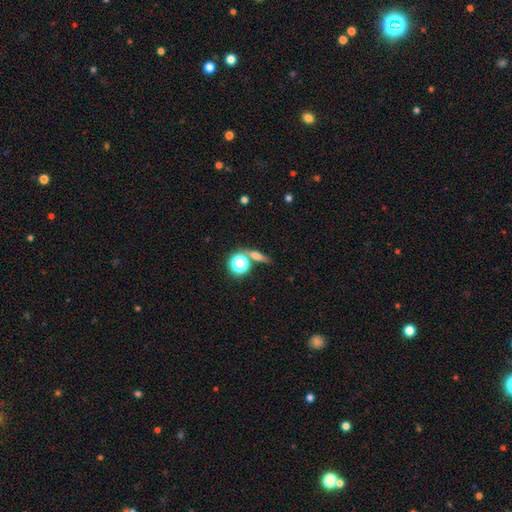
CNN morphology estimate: Smooth or featured: smooth — 54% (featured or disk — 24%)
How rounded: cigar-shaped — 39% (round — 31%)
Merging: none — 68% (merger — 17%)